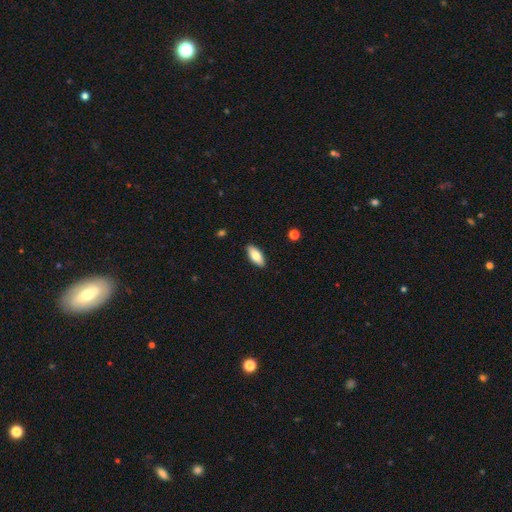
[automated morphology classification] Overall: smooth (78%). How rounded: in between (84%). Merging: none (90%).